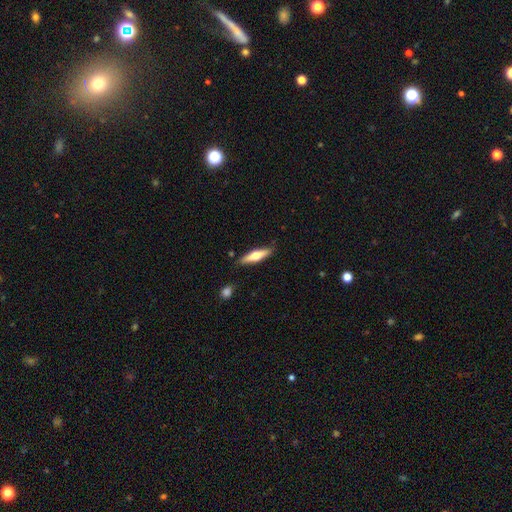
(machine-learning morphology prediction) Q: Smooth or featured?
A: smooth (49%); runner-up: featured or disk (46%)
Q: Merging?
A: none (86%); runner-up: minor disturbance (10%)